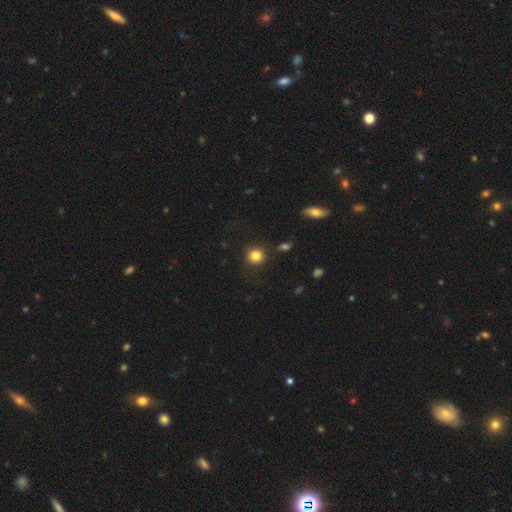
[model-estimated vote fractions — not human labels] smooth_or_featured: smooth (p=0.83) [alt: star or artifact p=0.11]
how_rounded: round (p=0.88) [alt: in between p=0.11]
merging: none (p=0.86) [alt: minor disturbance p=0.08]